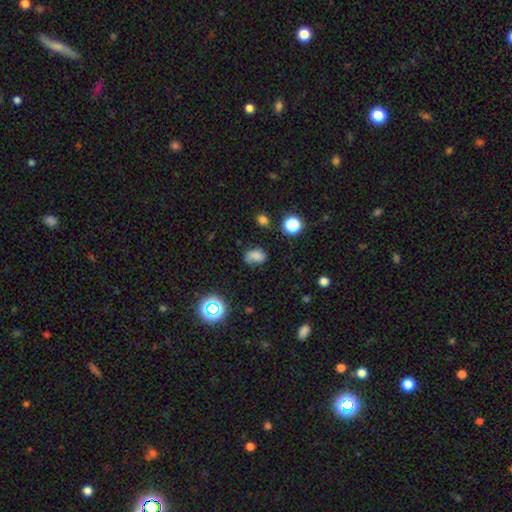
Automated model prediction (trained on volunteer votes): Smooth or featured? smooth (71%)
How rounded? in between (76%)
Merging? none (54%)